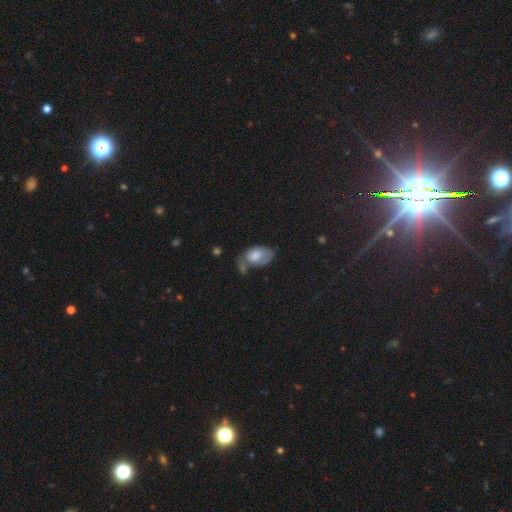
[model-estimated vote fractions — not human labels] Q: Smooth or featured?
A: smooth (69%); runner-up: featured or disk (23%)
Q: How rounded?
A: in between (90%); runner-up: round (8%)
Q: Merging?
A: minor disturbance (30%); tied with: none (30%)